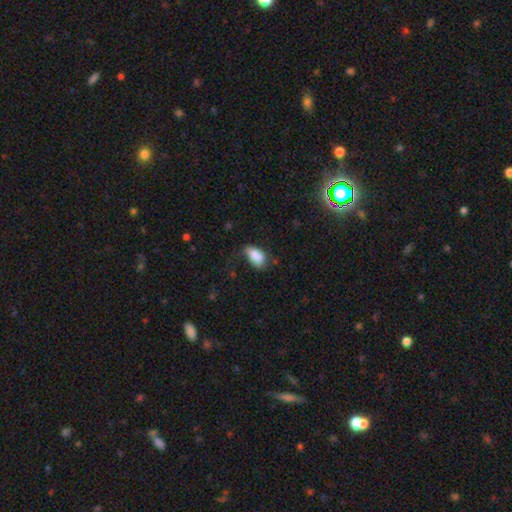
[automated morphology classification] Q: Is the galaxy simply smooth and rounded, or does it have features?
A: smooth — 82%.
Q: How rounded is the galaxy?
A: in between — 91%.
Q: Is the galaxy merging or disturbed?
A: none — 44%.